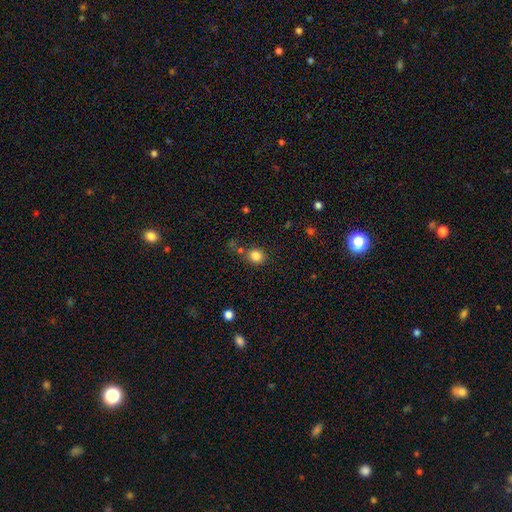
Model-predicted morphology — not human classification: Smooth or featured? smooth (84%)
How rounded? round (71%)
Merging? none (76%)